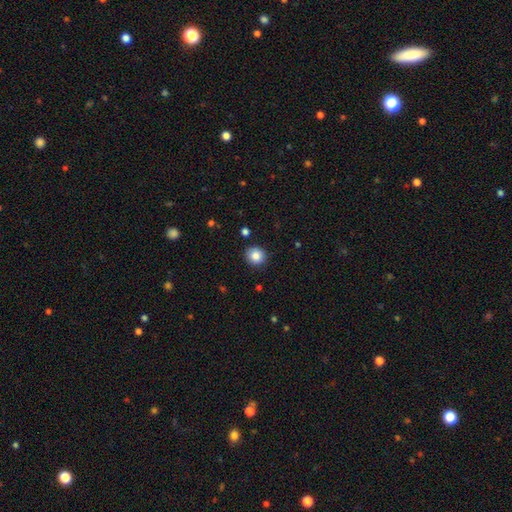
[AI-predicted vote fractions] Smooth or featured?
  - smooth: 85% *
  - star or artifact: 9%
  - featured or disk: 5%
How rounded?
  - round: 88% *
  - in between: 11%
  - cigar-shaped: 1%
Merging?
  - none: 90% *
  - minor disturbance: 6%
  - major disturbance: 2%
  - merger: 2%